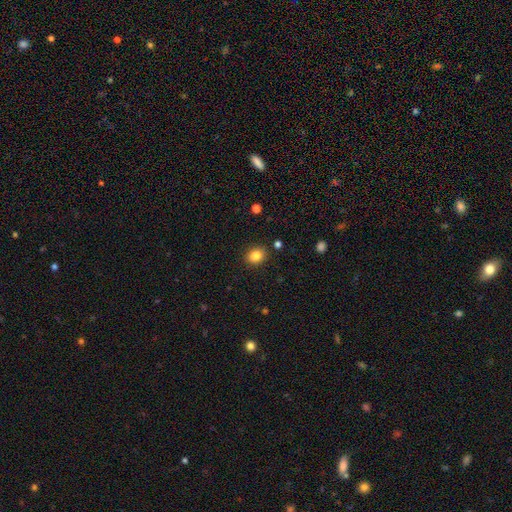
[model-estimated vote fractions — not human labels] Smooth or featured?
  - smooth: 84% *
  - star or artifact: 10%
  - featured or disk: 5%
How rounded?
  - round: 53% *
  - in between: 46%
  - cigar-shaped: 1%
Merging?
  - none: 86% *
  - minor disturbance: 9%
  - major disturbance: 2%
  - merger: 2%